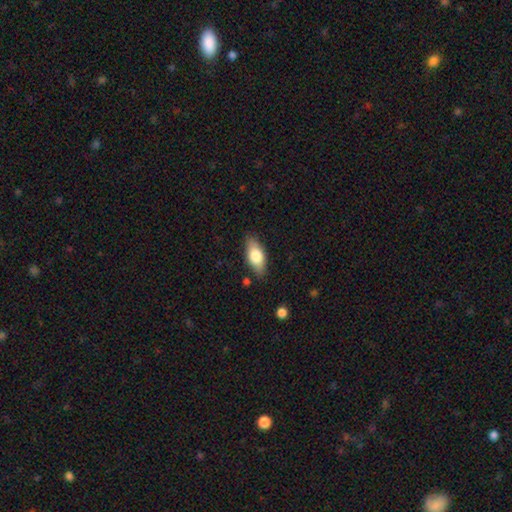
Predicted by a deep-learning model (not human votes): Smooth or featured?
  - smooth: 75% *
  - featured or disk: 19%
  - star or artifact: 6%
How rounded?
  - in between: 85% *
  - cigar-shaped: 12%
  - round: 3%
Merging?
  - none: 84% *
  - minor disturbance: 12%
  - major disturbance: 2%
  - merger: 2%